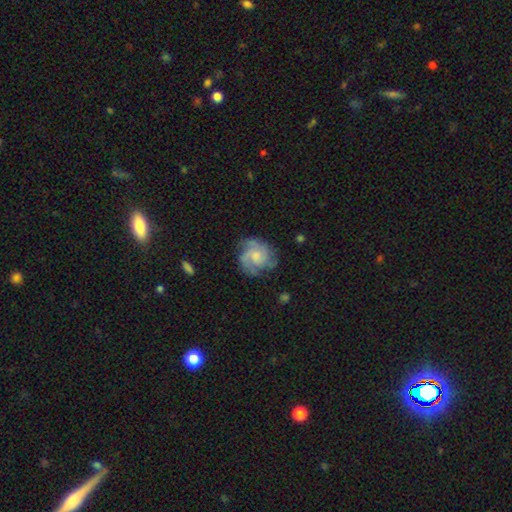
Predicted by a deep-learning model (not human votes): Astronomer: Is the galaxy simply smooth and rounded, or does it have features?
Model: featured or disk — 77%.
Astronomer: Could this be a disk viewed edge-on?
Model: no — 98%.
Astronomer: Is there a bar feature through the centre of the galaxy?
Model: no — 70%.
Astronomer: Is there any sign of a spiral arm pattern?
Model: yes — 94%.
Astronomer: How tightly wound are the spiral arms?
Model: tight — 45% (runner-up: medium, 42%).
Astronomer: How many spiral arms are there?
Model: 3 — 38% (runner-up: 2, 22%).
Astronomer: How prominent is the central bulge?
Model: small — 43% (runner-up: moderate, 39%).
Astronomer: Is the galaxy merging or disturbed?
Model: none — 70%.